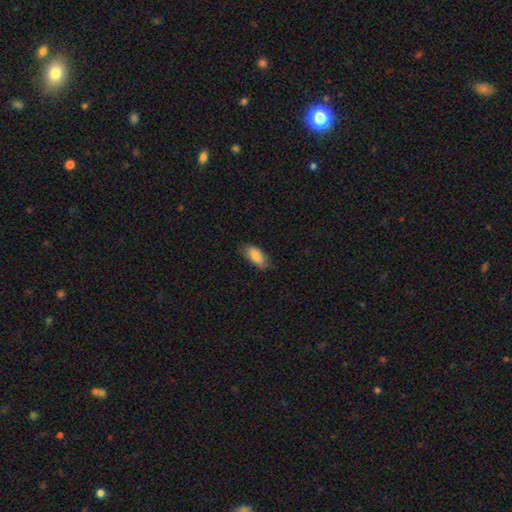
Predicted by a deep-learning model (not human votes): Morphology: type=smooth (86%); roundness=in between (89%); merging=none (73%).